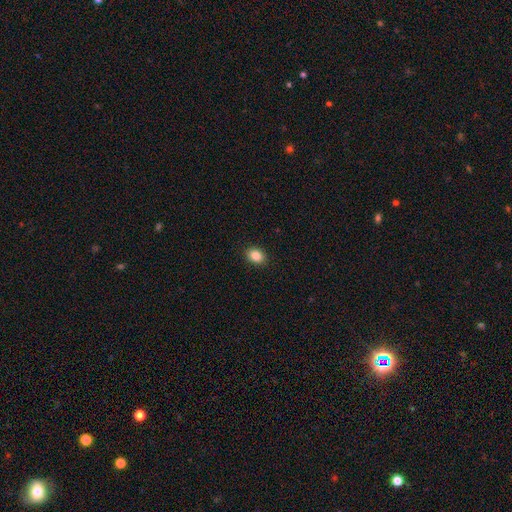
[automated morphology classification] Smooth or featured? smooth (85%)
How rounded? in between (67%)
Merging? none (91%)